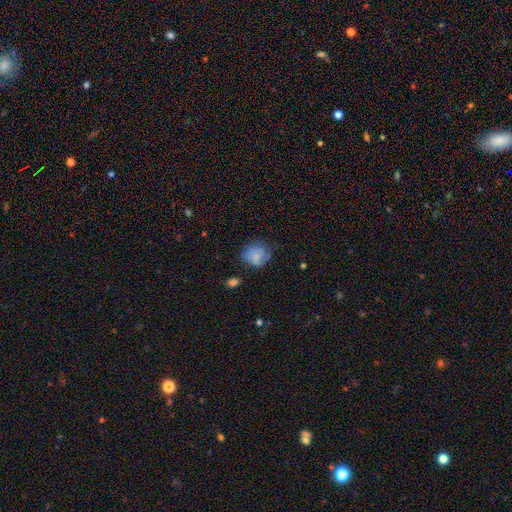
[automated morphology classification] This appears to be a smooth galaxy with no disk features (69%) that is round (70%). Merging: none (55%).